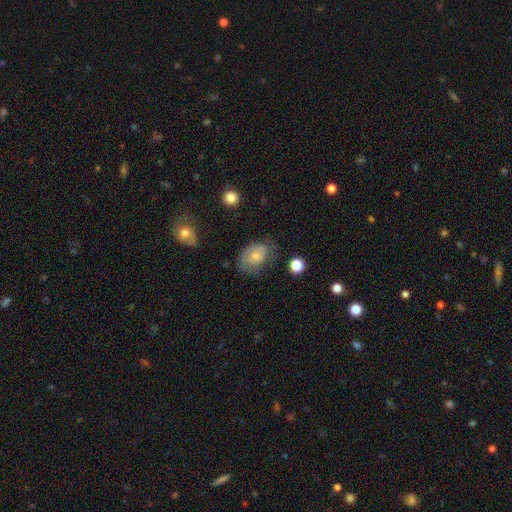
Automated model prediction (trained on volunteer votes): Smooth or featured? Predicted: smooth (p=0.52). How rounded? Predicted: in between (p=0.71). Merging? Predicted: none (p=0.51).